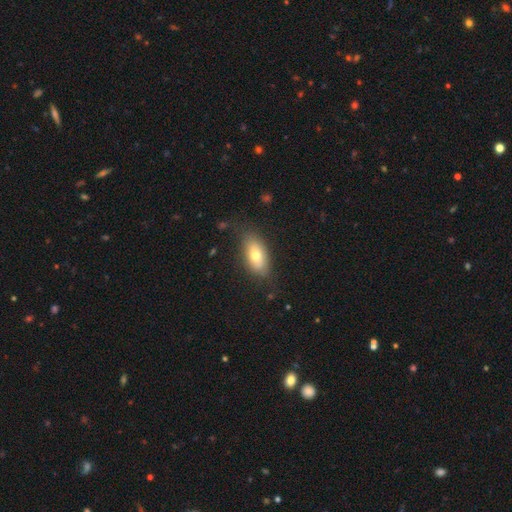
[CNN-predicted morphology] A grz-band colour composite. It shows a smooth galaxy with no disk features (68%) that is in between round and cigar-shaped (88%). Merging: none (76%).